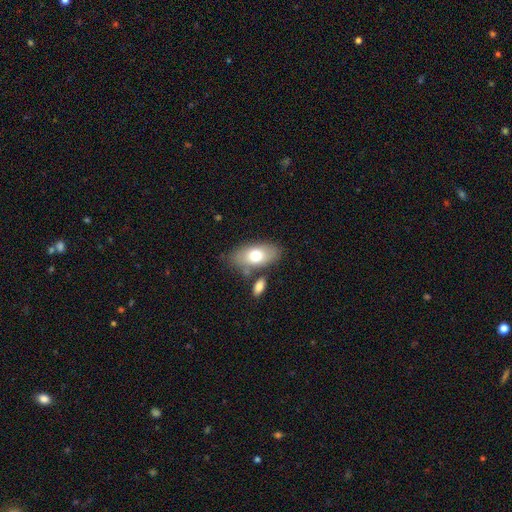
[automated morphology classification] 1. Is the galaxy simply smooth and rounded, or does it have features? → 70% smooth, 23% featured or disk, 7% star or artifact.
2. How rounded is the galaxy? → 91% in between, 5% round, 4% cigar-shaped.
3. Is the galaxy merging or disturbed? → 73% none, 13% minor disturbance, 11% merger, 4% major disturbance.